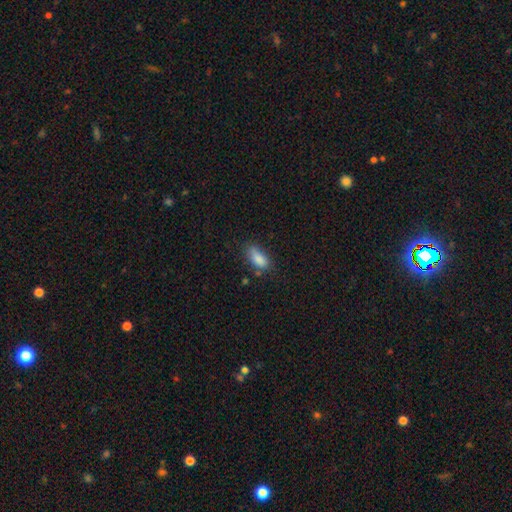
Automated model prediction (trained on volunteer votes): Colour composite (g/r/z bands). It shows a smooth galaxy with no disk features (83%) that is in between round and cigar-shaped (82%). Merging: none (67%).